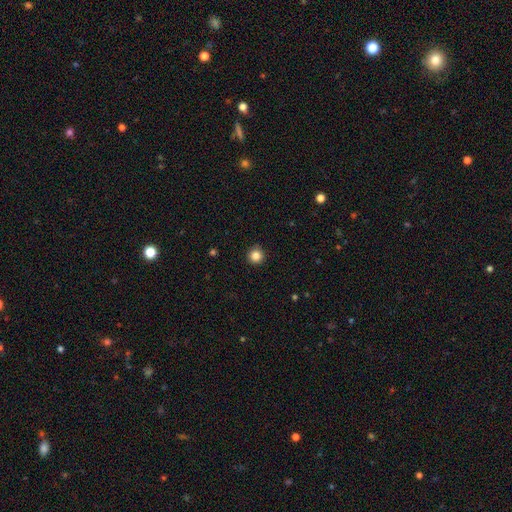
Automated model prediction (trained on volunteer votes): Morphology: type=smooth (85%); roundness=round (95%); merging=none (92%).